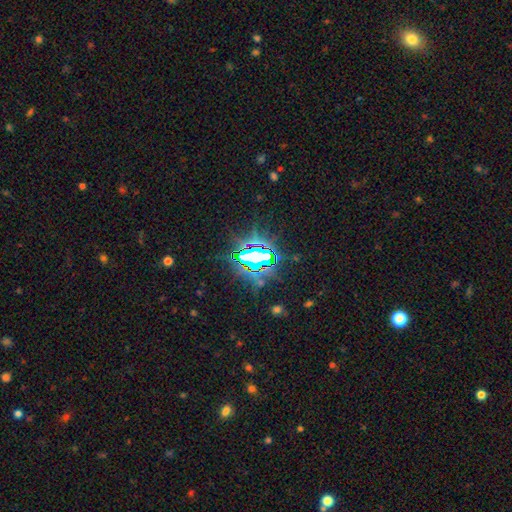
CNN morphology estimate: The model was most divided on "smooth or featured": star or artifact: 79%, smooth: 11%, featured or disk: 10%.